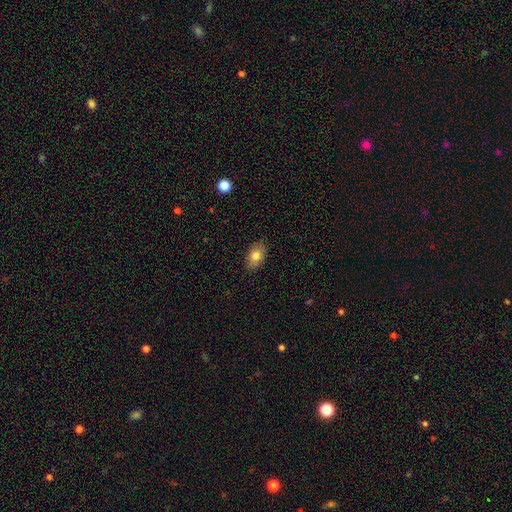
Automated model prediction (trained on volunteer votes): Smooth or featured? Predicted: smooth (p=0.79). How rounded? Predicted: in between (p=0.88). Merging? Predicted: none (p=0.86).